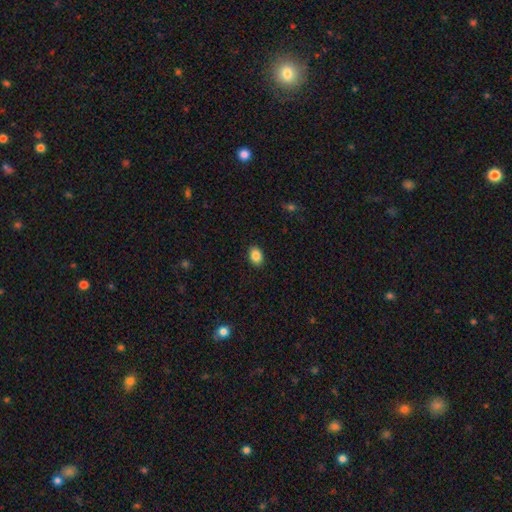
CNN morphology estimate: Smooth or featured?
  - smooth: 87% *
  - star or artifact: 8%
  - featured or disk: 4%
How rounded?
  - in between: 76% *
  - round: 23%
  - cigar-shaped: 1%
Merging?
  - none: 89% *
  - minor disturbance: 8%
  - major disturbance: 2%
  - merger: 1%